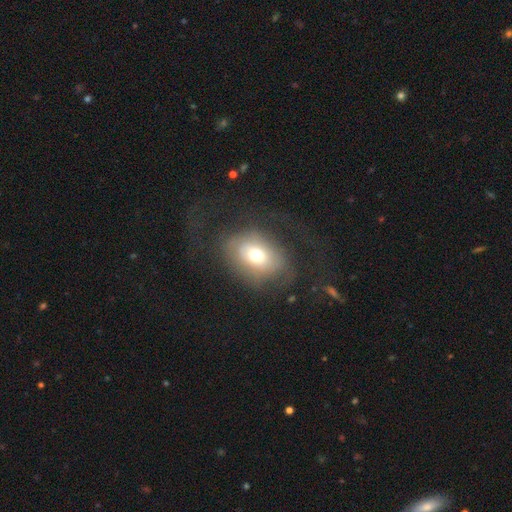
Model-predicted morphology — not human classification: This is likely a smooth galaxy (60%). How rounded: likely in between (64%). Merging: possibly none (47%).